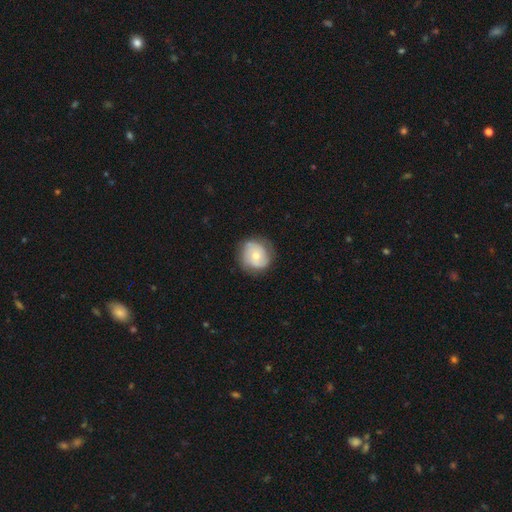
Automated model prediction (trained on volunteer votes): A featured or disk galaxy (47%).

Vote fractions:
- Smooth or featured? featured or disk: 47% / smooth: 46% / star or artifact: 7%
- Merging? none: 77% / minor disturbance: 17% / major disturbance: 5% / merger: 1%